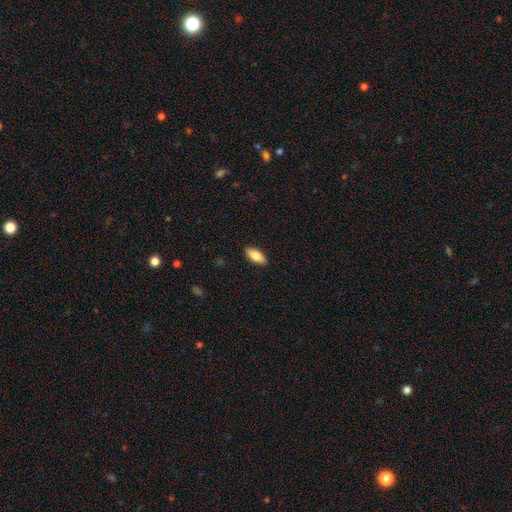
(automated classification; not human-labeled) This appears to be a smooth galaxy with no disk features (83%) that is in between round and cigar-shaped (87%). Merging: none (90%).